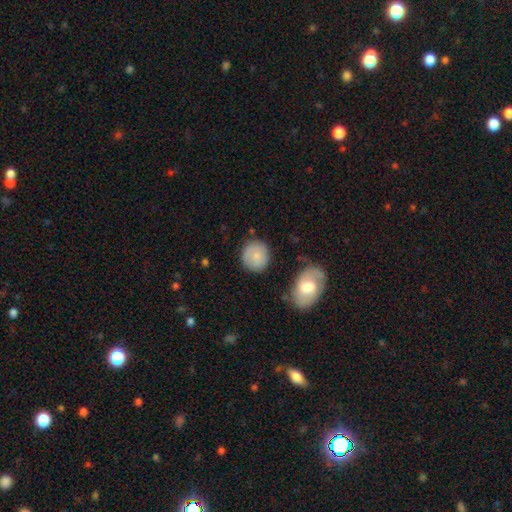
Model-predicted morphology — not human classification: A smooth galaxy with no disk features (70%) that is round (84%).

Vote fractions:
- Smooth or featured? smooth: 70% / featured or disk: 23% / star or artifact: 7%
- How rounded? round: 84% / in between: 15% / cigar-shaped: 1%
- Merging? none: 77% / minor disturbance: 15% / major disturbance: 4% / merger: 4%